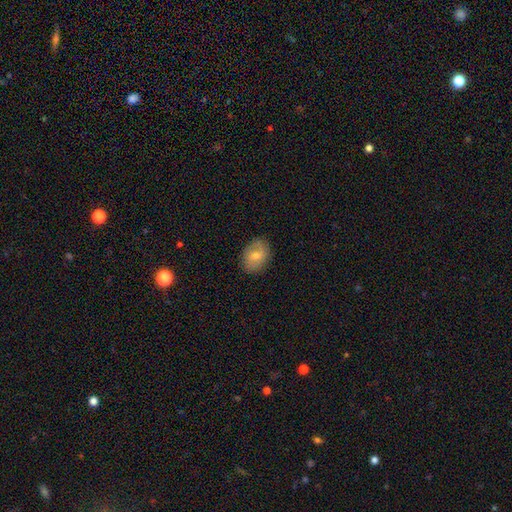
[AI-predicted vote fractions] smooth-or-featured: smooth: 61% | featured or disk: 30% | star or artifact: 10%
  how-rounded: in between: 69% | round: 29% | cigar-shaped: 1%
  merging: none: 84% | minor disturbance: 12% | major disturbance: 3% | merger: 1%